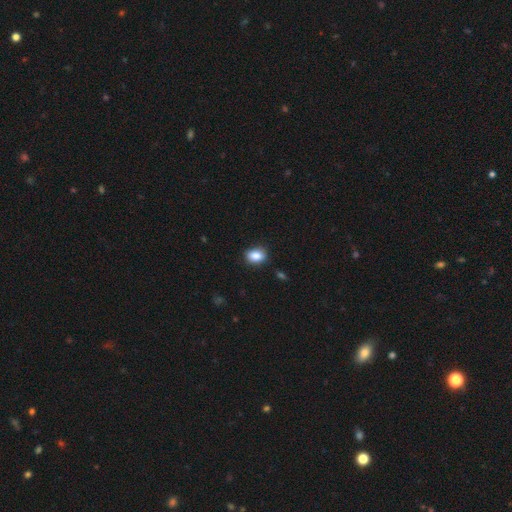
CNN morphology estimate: smooth_or_featured: smooth (p=0.86) [alt: star or artifact p=0.09]
how_rounded: in between (p=0.69) [alt: round p=0.30]
merging: none (p=0.84) [alt: minor disturbance p=0.12]